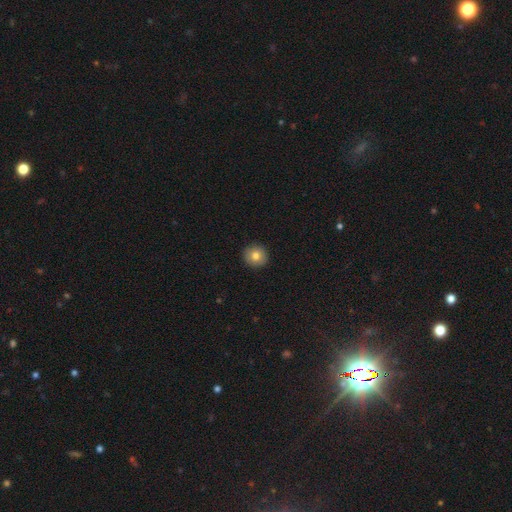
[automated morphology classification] The model was most divided on "smooth or featured": smooth: 80%, featured or disk: 11%, star or artifact: 9%. More confident: how rounded — round (93%); merging — none (92%).